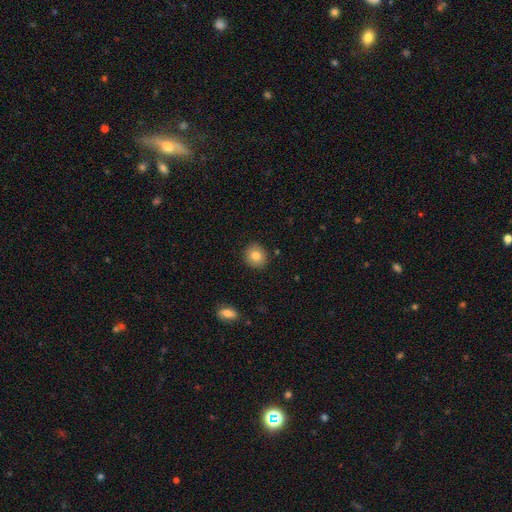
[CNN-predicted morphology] Smooth or featured: smooth — 81% (featured or disk — 10%)
How rounded: round — 84% (in between — 15%)
Merging: none — 90% (minor disturbance — 7%)